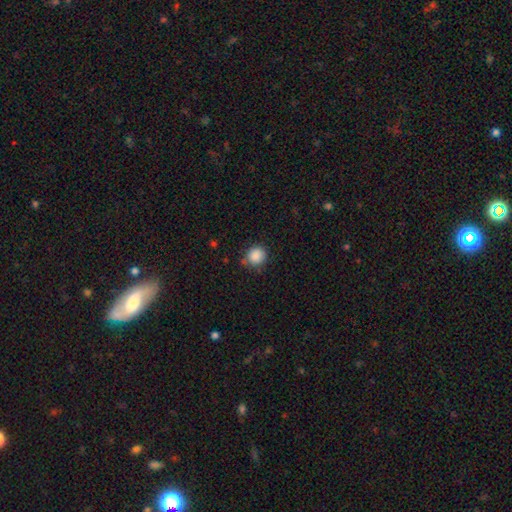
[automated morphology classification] Smooth or featured: smooth — 87% (star or artifact — 9%)
How rounded: round — 87% (in between — 12%)
Merging: none — 77% (minor disturbance — 17%)